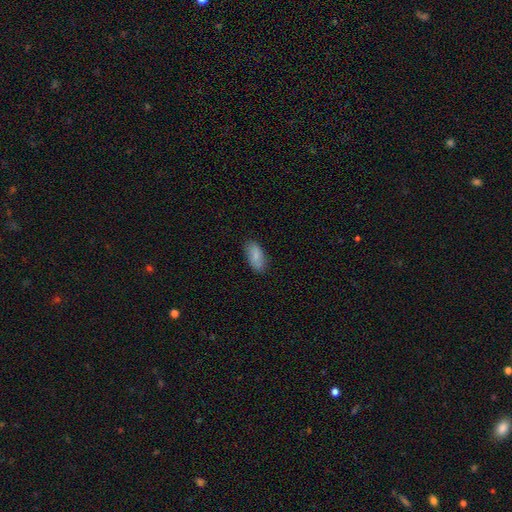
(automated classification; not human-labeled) The model was most divided on "merging": none: 85%, minor disturbance: 12%, major disturbance: 2%, merger: 1%. More confident: how rounded — in between (91%); smooth or featured — smooth (85%).